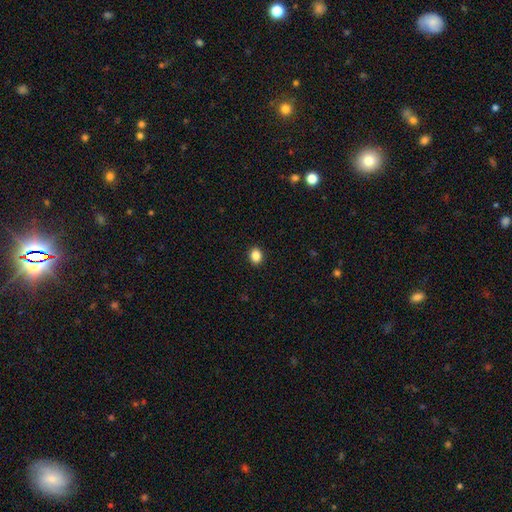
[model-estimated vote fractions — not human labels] A smooth galaxy with no disk features (86%) that is round (54%). Merging: none (92%).